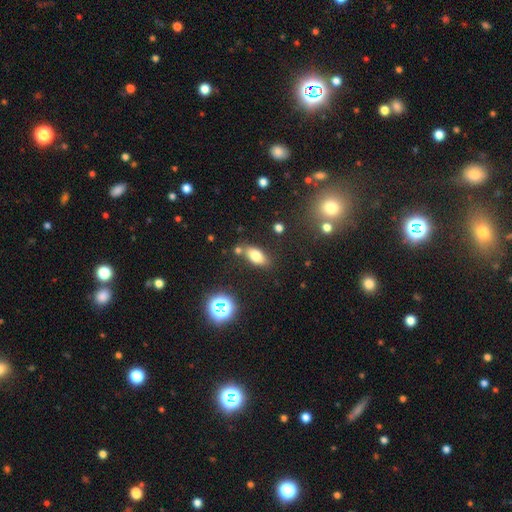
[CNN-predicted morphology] Smooth or featured? smooth (75%)
How rounded? in between (84%)
Merging? none (75%)